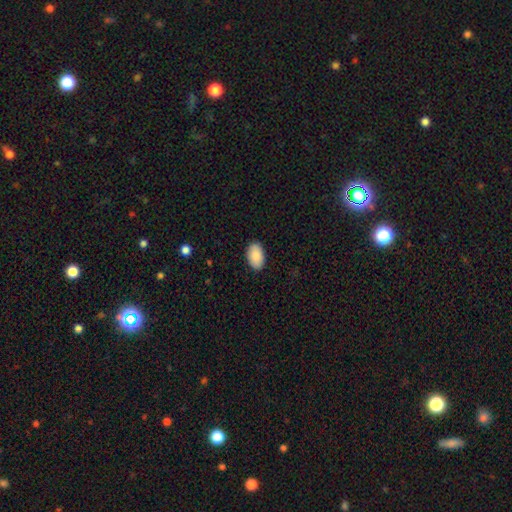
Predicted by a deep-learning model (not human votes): Morphology: type=smooth (89%); roundness=in between (94%); merging=none (89%).